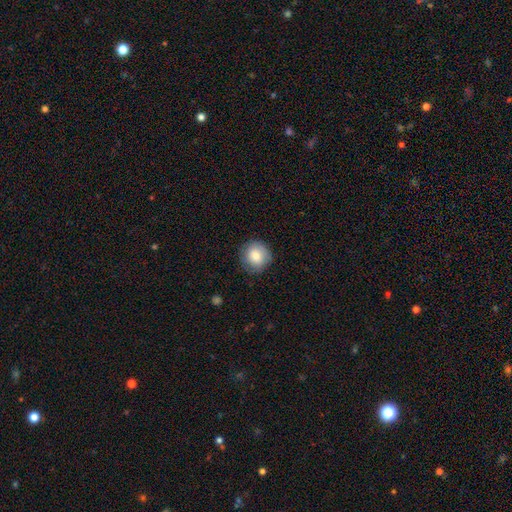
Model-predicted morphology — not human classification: Smooth or featured: smooth — 77% (featured or disk — 15%)
How rounded: round — 88% (in between — 11%)
Merging: none — 80% (minor disturbance — 15%)